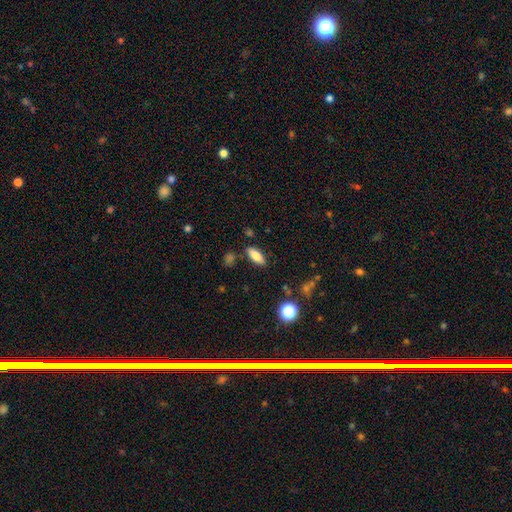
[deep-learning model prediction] The model was most divided on "how rounded": in between: 70%, cigar-shaped: 27%, round: 3%. More confident: merging — none (83%); smooth or featured — smooth (75%).